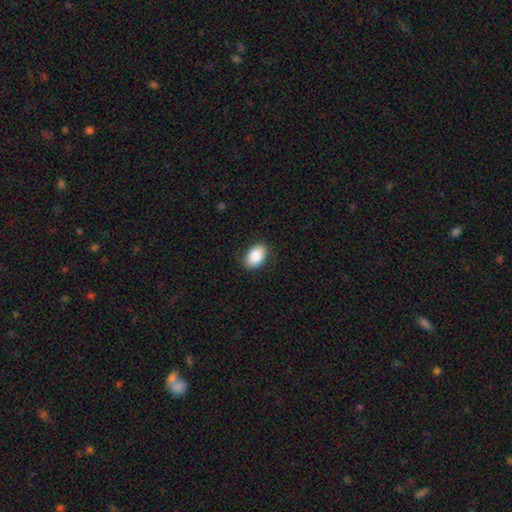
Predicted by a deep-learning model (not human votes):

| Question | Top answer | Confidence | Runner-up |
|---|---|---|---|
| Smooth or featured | smooth | 85% | featured or disk (8%) |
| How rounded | in between | 87% | round (12%) |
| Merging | none | 87% | minor disturbance (10%) |